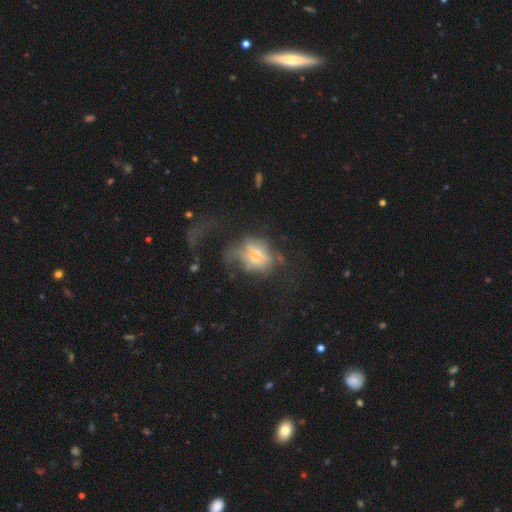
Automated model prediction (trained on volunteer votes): Smooth or featured? featured or disk (48%)
Merging? major disturbance (46%)